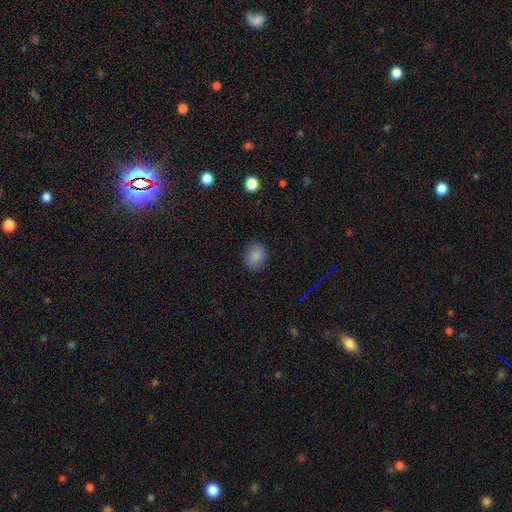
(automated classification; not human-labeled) smooth 85%, star or artifact 11%, featured or disk 5%. Down the decision tree: how rounded — round (58%); merging — none (84%).